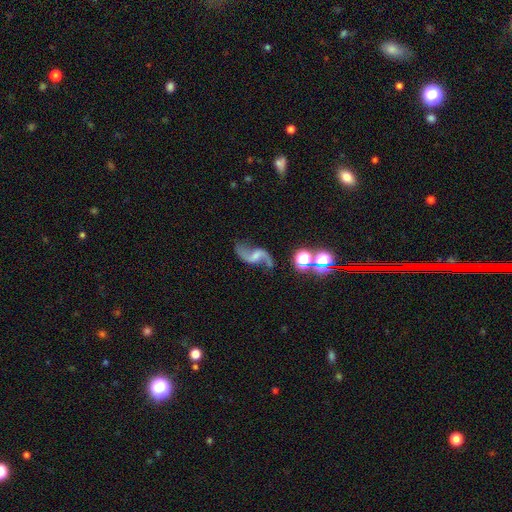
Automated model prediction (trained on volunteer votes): featured or disk 87%, star or artifact 8%, smooth 5%. Down the decision tree: edge-on disk — no (97%); bar — weak (46%); spiral arms — yes (96%); spiral arm count — 2 (94%); spiral winding — loose (87%); bulge size — small (42%); merging — none (72%).